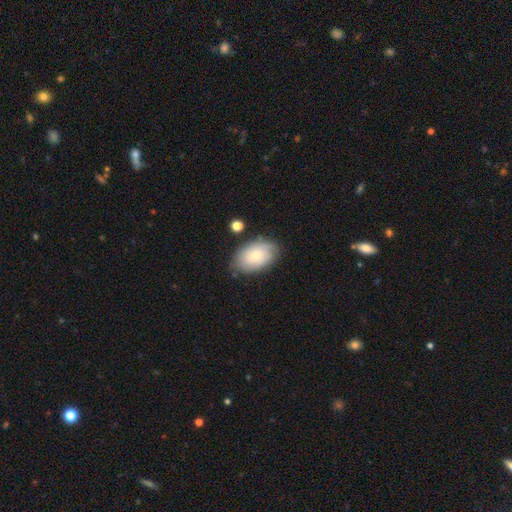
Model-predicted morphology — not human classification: smooth 63%, featured or disk 30%, star or artifact 7%. Down the decision tree: how rounded — in between (88%); merging — none (75%).